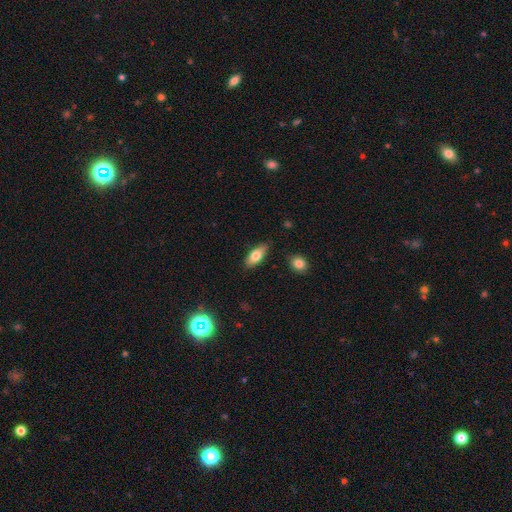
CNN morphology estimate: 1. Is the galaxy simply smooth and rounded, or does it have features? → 76% smooth, 17% featured or disk, 7% star or artifact.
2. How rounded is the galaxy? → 81% in between, 17% cigar-shaped, 3% round.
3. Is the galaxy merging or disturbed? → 83% none, 13% minor disturbance, 2% major disturbance, 2% merger.